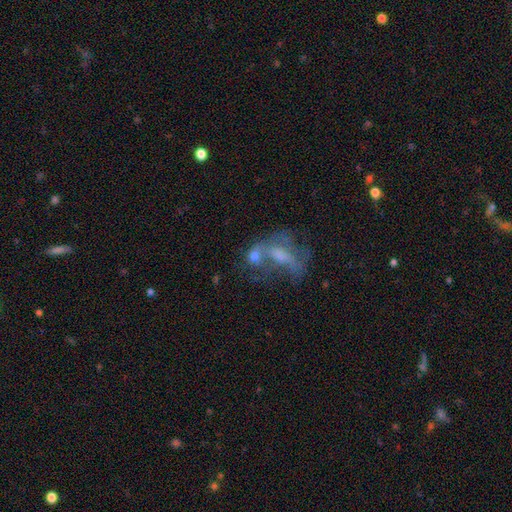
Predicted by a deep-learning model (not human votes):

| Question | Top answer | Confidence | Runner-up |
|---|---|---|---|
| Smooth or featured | featured or disk | 51% | smooth (32%) |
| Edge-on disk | no | 94% | yes (6%) |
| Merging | merger | 40% | major disturbance (26%) |